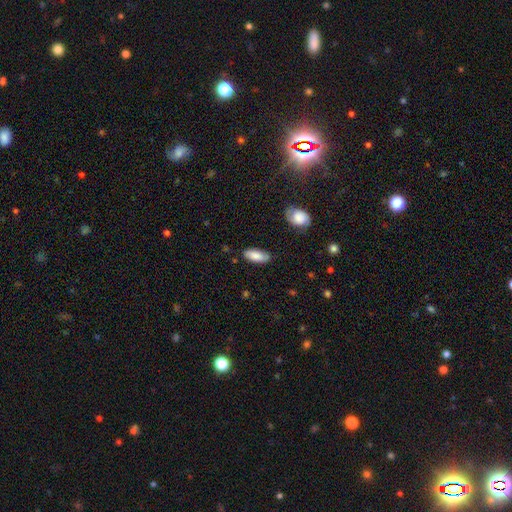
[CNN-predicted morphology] smooth 82%, featured or disk 11%, star or artifact 6%. Down the decision tree: how rounded — in between (84%); merging — none (79%).